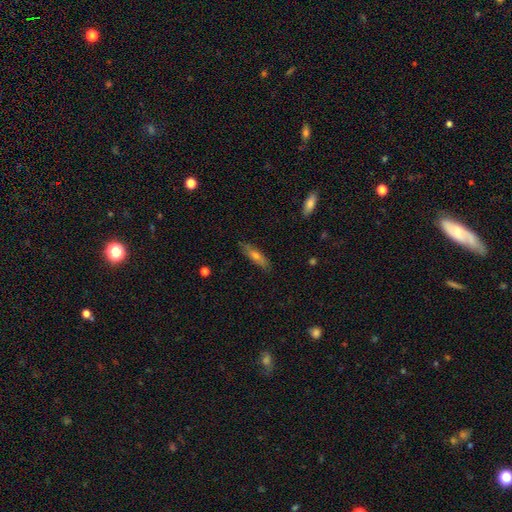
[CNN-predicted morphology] Smooth or featured? smooth (54%)
How rounded? cigar-shaped (68%)
Merging? none (84%)